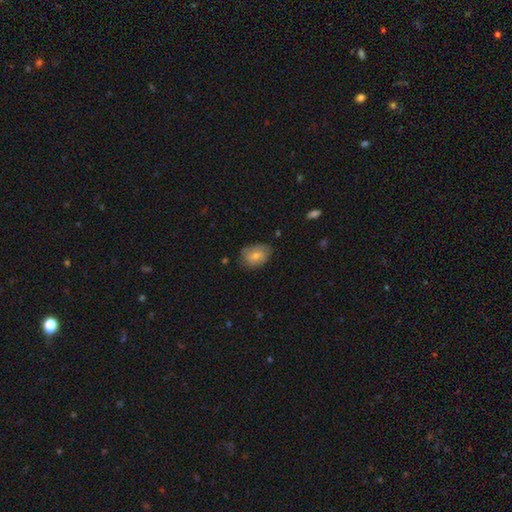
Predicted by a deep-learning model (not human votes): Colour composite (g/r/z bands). It shows a smooth galaxy with no disk features (73%) that is in between round and cigar-shaped (71%). Merging: none (68%).